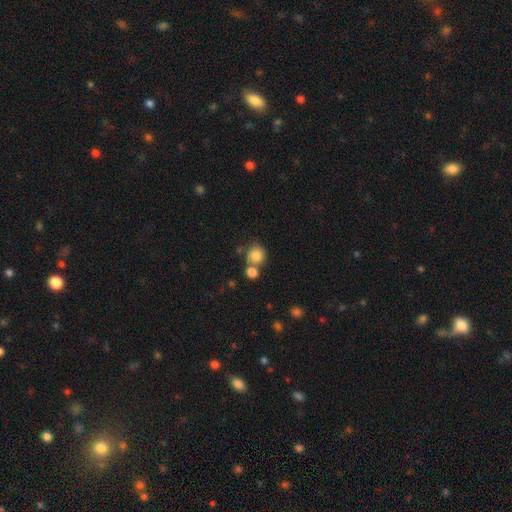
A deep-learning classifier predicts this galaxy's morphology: Smooth or featured? Predicted: smooth (p=0.85). How rounded? Predicted: round (p=0.88). Merging? Predicted: none (p=0.54).